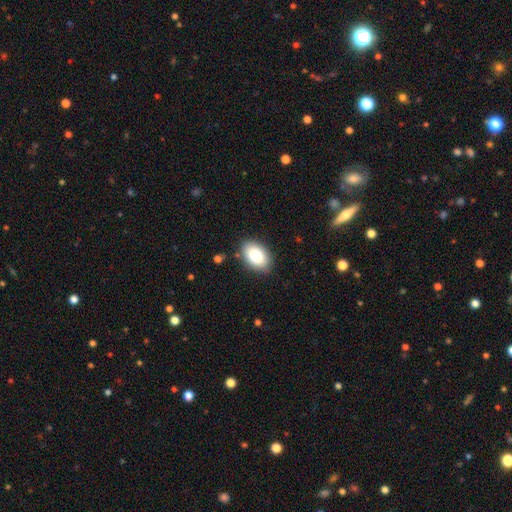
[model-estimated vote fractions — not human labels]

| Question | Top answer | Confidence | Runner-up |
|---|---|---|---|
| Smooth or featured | smooth | 84% | featured or disk (9%) |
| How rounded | in between | 90% | round (9%) |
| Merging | none | 86% | minor disturbance (10%) |